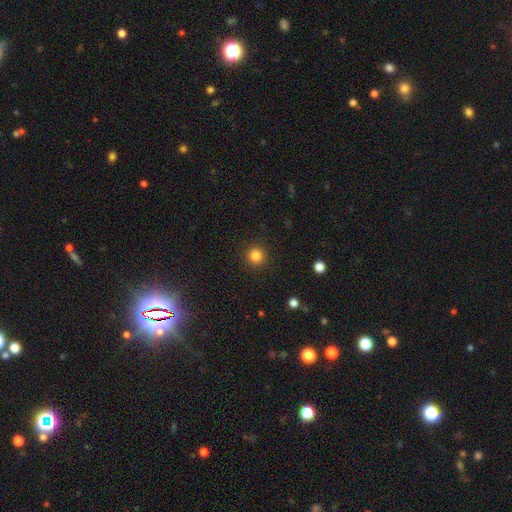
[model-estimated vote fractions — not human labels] Morphology: type=smooth (84%); roundness=round (94%); merging=none (91%).